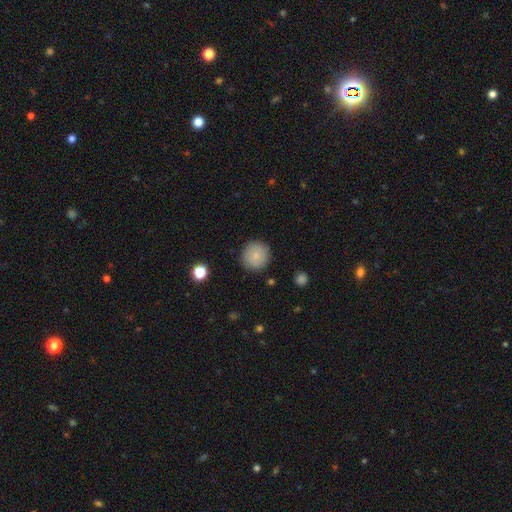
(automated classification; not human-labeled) smooth 83%, star or artifact 9%, featured or disk 8%. Down the decision tree: how rounded — round (95%); merging — none (89%).